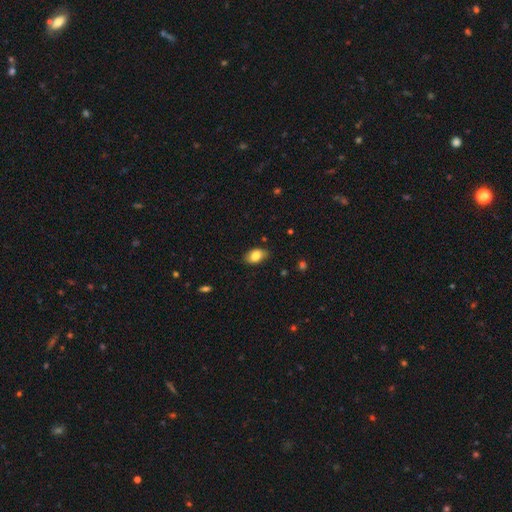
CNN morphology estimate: smooth_or_featured: smooth (p=0.82) [alt: featured or disk p=0.11]
how_rounded: in between (p=0.88) [alt: round p=0.11]
merging: none (p=0.80) [alt: minor disturbance p=0.16]